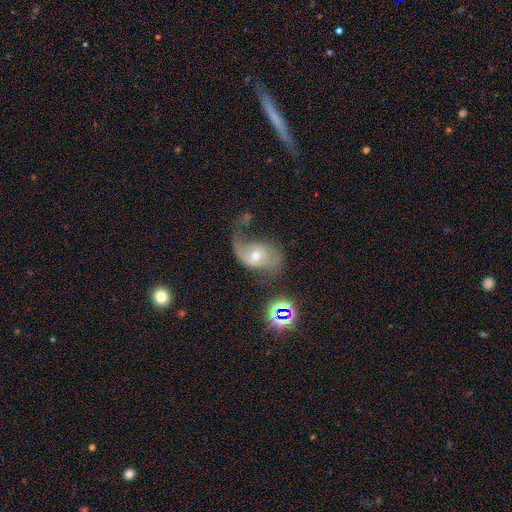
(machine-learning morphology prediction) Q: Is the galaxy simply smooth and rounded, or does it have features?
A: featured or disk — 65%.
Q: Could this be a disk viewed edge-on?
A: no — 95%.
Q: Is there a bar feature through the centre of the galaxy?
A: no — 71%.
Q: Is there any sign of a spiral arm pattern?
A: yes — 81%.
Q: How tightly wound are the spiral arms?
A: loose — 64%.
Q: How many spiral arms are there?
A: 2 — 52%.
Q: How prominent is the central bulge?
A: moderate — 56%.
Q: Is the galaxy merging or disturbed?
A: major disturbance — 38%.